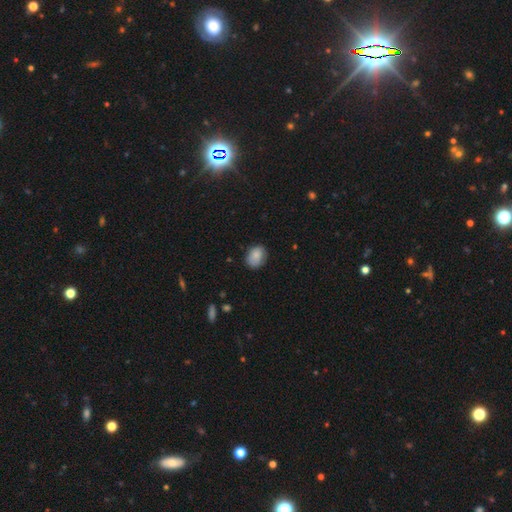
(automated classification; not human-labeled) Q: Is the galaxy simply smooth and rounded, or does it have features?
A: smooth — 85%.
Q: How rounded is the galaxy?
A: in between — 64%.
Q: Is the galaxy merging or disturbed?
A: none — 75%.